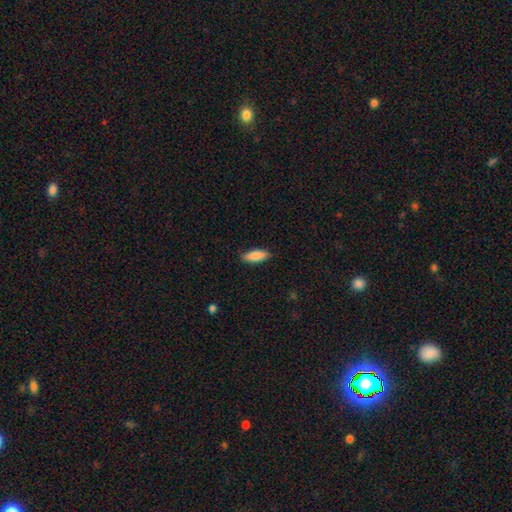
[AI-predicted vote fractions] smooth_or_featured: smooth (p=0.87) [alt: featured or disk p=0.07]
how_rounded: in between (p=0.64) [alt: cigar-shaped p=0.34]
merging: none (p=0.86) [alt: minor disturbance p=0.11]